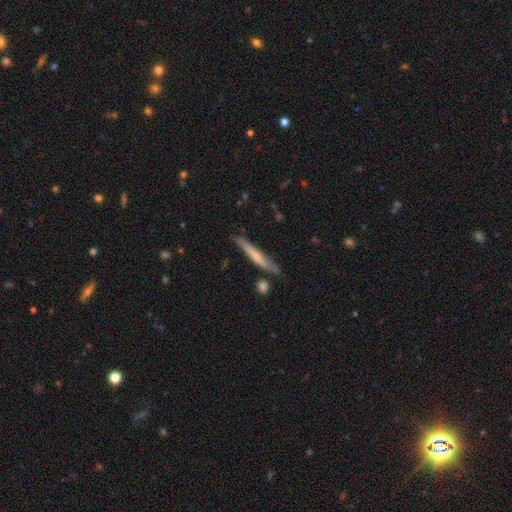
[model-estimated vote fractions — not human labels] Morphology: type=smooth (51%); roundness=cigar-shaped (95%); merging=none (74%).